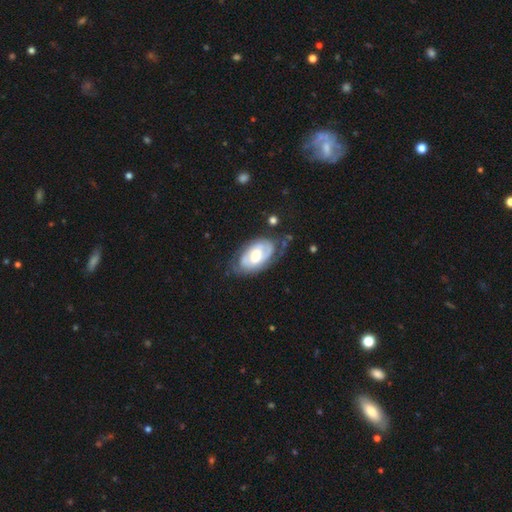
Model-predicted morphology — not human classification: A featured or disk galaxy (69%) with no bar (57%), 2 (41%) tight (60%) spiral arms (79%) and a moderate central bulge (63%).

Vote fractions:
- Smooth or featured? featured or disk: 69% / smooth: 26% / star or artifact: 5%
- Edge-on disk? no: 95% / yes: 5%
- Bar? no: 57% / weak: 34% / strong: 9%
- Spiral arms? yes: 79% / no: 21%
- Spiral winding? tight: 60% / medium: 29% / loose: 11%
- Spiral arm count? 2: 41% / can't tell: 38% / 1: 11% / 3: 6% / 4: 2% / more than 4: 2%
- Bulge size? moderate: 63% / small: 24% / large: 10% / none: 2% / dominant: 1%
- Merging? none: 59% / minor disturbance: 26% / major disturbance: 12% / merger: 3%